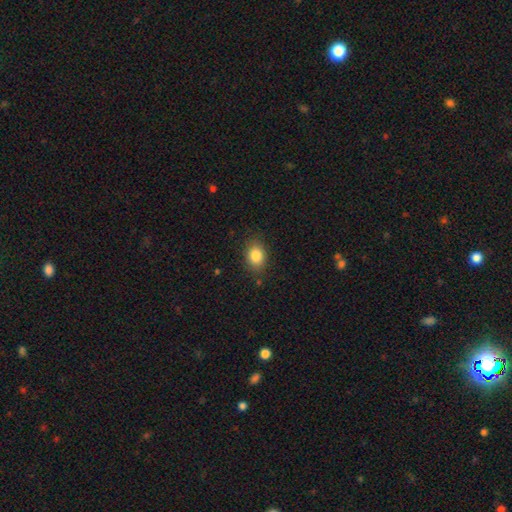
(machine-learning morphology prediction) Smooth or featured? Predicted: smooth (p=0.84). How rounded? Predicted: in between (p=0.69). Merging? Predicted: none (p=0.84).